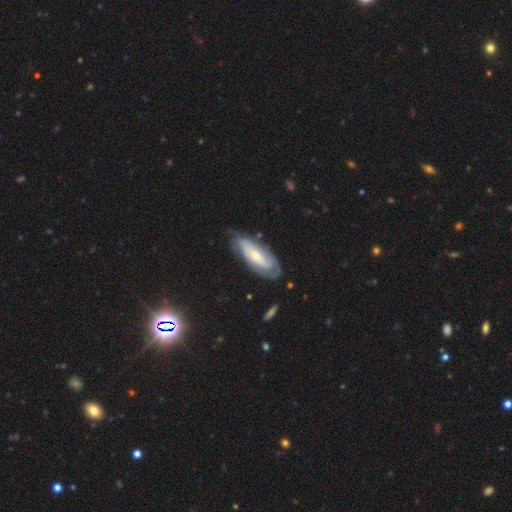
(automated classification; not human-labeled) Overall: featured or disk (62%; smooth 32%). Edge-on disk: no (84%). Bar: no (59%; weak 31%). Spiral arms: yes (80%). Bulge size: moderate (44%; small 41%). Merging: none (66%).